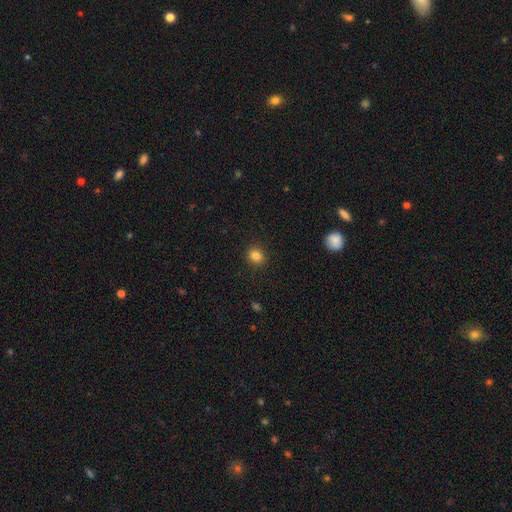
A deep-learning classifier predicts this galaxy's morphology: smooth_or_featured: smooth (p=0.83) [alt: star or artifact p=0.12]
how_rounded: round (p=0.74) [alt: in between p=0.25]
merging: none (p=0.89) [alt: minor disturbance p=0.08]